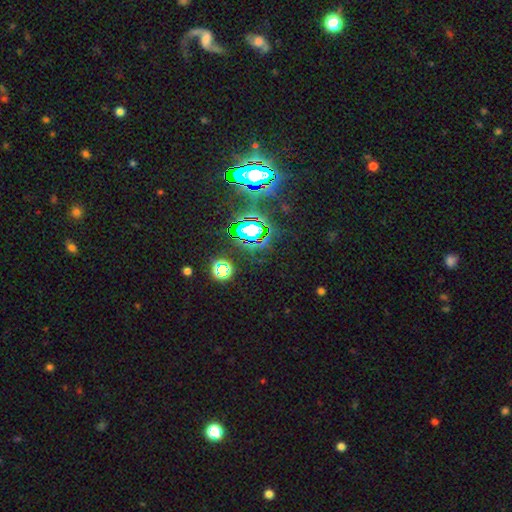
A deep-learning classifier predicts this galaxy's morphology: type=star or artifact (79%).